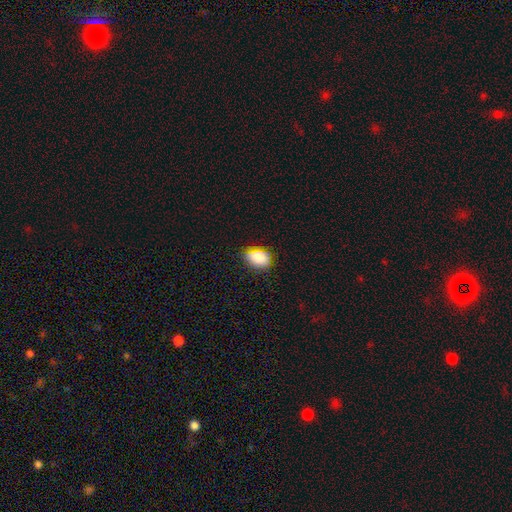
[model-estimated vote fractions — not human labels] smooth-or-featured: smooth: 80% | star or artifact: 13% | featured or disk: 7%
  how-rounded: in between: 72% | round: 26% | cigar-shaped: 2%
  merging: none: 80% | minor disturbance: 15% | major disturbance: 3% | merger: 2%